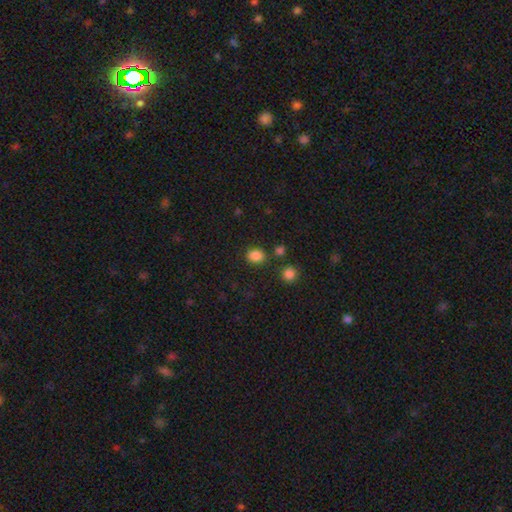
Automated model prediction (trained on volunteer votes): A smooth galaxy with no disk features (84%) that is round (58%).

Vote fractions:
- Smooth or featured? smooth: 84% / star or artifact: 12% / featured or disk: 4%
- How rounded? round: 58% / in between: 41% / cigar-shaped: 1%
- Merging? none: 79% / minor disturbance: 11% / merger: 6% / major disturbance: 4%